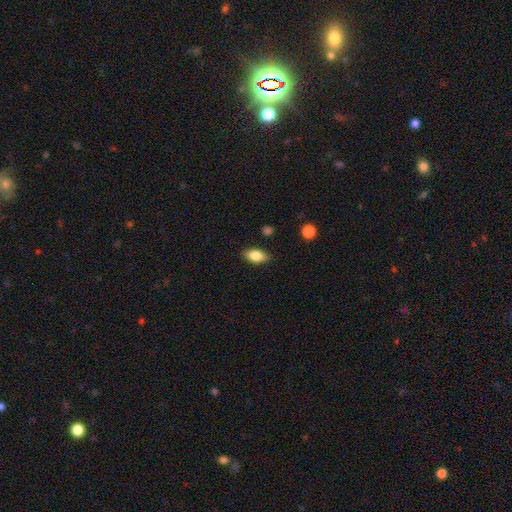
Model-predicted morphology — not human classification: Smooth or featured? smooth (83%)
How rounded? in between (88%)
Merging? none (85%)